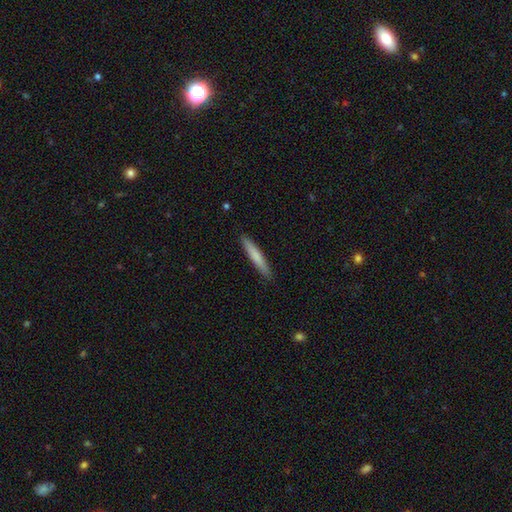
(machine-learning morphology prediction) A smooth galaxy with no disk features (75%) that is cigar-shaped (94%).

Vote fractions:
- Smooth or featured? smooth: 75% / featured or disk: 19% / star or artifact: 5%
- How rounded? cigar-shaped: 94% / in between: 5% / round: 1%
- Merging? none: 91% / minor disturbance: 7% / major disturbance: 1% / merger: 1%